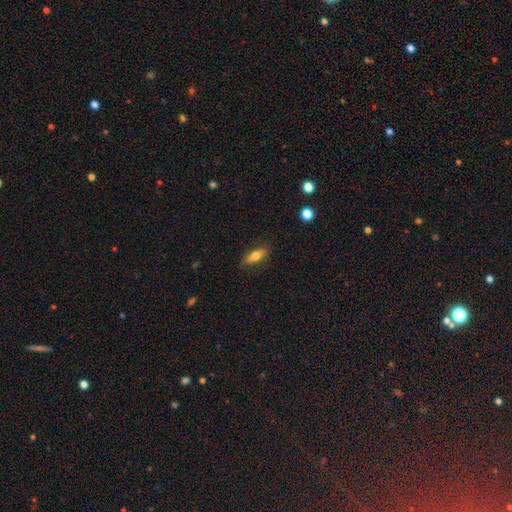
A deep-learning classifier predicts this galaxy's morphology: This appears to be a smooth galaxy with no disk features (67%) that is in between round and cigar-shaped (59%). Merging: none (81%).